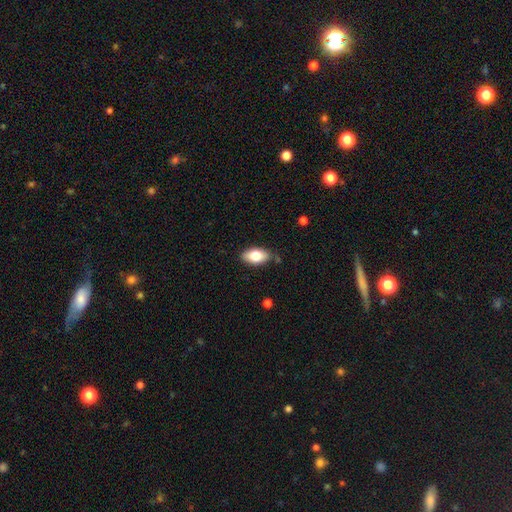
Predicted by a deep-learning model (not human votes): smooth_or_featured: smooth (p=0.79) [alt: featured or disk p=0.14]
how_rounded: in between (p=0.92) [alt: round p=0.04]
merging: none (p=0.83) [alt: minor disturbance p=0.13]